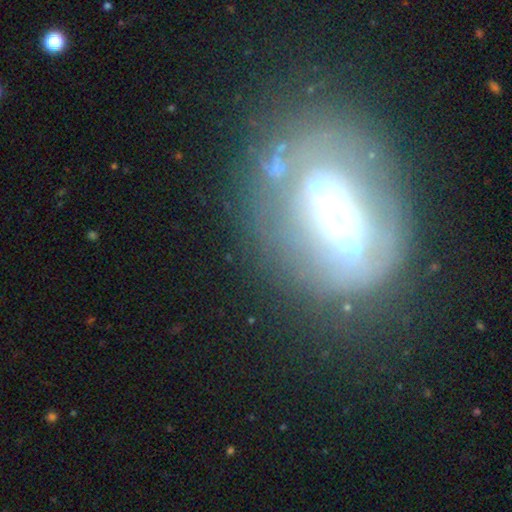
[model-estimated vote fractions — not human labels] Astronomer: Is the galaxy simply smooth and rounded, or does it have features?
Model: featured or disk — 62%.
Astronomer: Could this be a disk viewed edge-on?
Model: no — 71%.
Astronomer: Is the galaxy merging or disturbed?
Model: none — 61%.